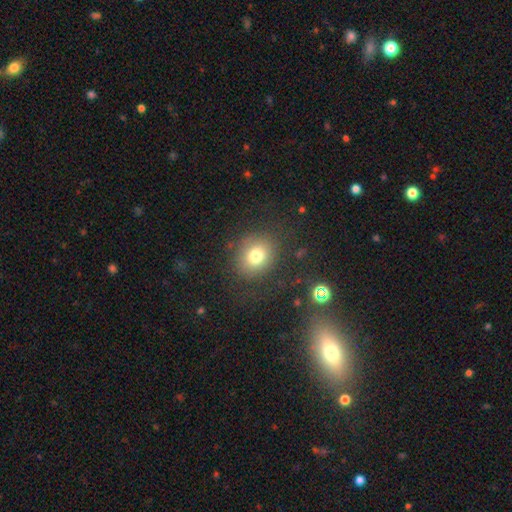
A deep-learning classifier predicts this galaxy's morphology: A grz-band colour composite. It shows a smooth galaxy with no disk features (75%) that is round (68%). Merging: none (79%).